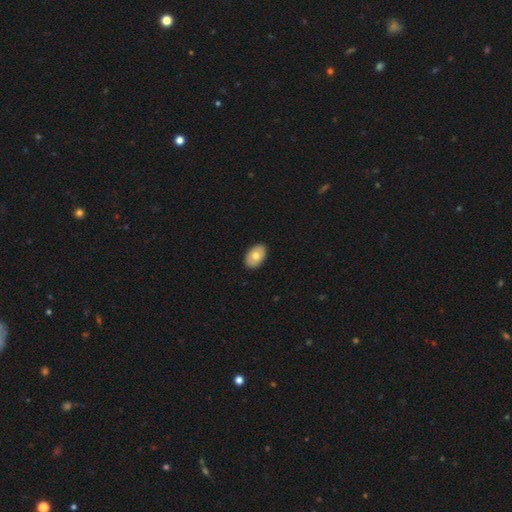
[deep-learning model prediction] smooth_or_featured: smooth (p=0.71) [alt: featured or disk p=0.22]
how_rounded: in between (p=0.90) [alt: round p=0.09]
merging: none (p=0.90) [alt: minor disturbance p=0.08]